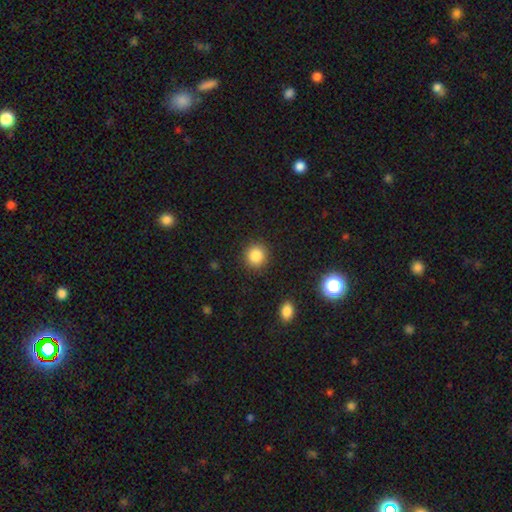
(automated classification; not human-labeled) A smooth galaxy with no disk features (85%) that is round (91%).

Vote fractions:
- Smooth or featured? smooth: 85% / star or artifact: 10% / featured or disk: 4%
- How rounded? round: 91% / in between: 8% / cigar-shaped: 1%
- Merging? none: 90% / minor disturbance: 6% / major disturbance: 2% / merger: 1%